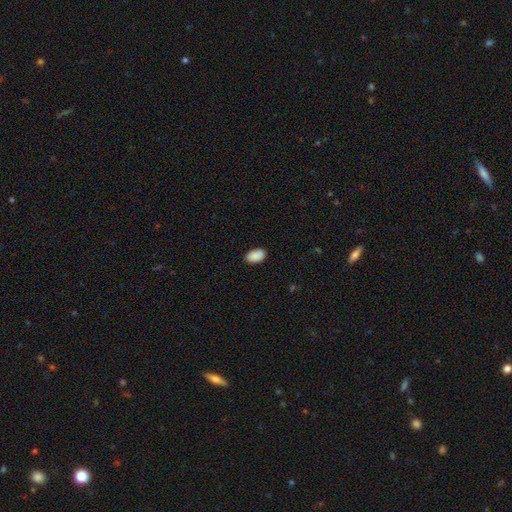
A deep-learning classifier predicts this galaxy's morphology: Q: Smooth or featured?
A: smooth (90%); runner-up: star or artifact (7%)
Q: How rounded?
A: in between (94%); runner-up: round (5%)
Q: Merging?
A: none (86%); runner-up: minor disturbance (11%)